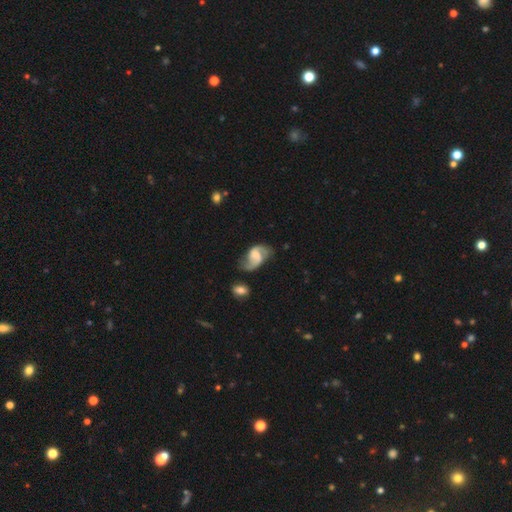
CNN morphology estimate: This appears to be a featured or disk galaxy (76%) with a weak bar (49%), 2 (88%) loose (50%) spiral arms (93%) and a small central bulge (34%). Merging: none (57%).